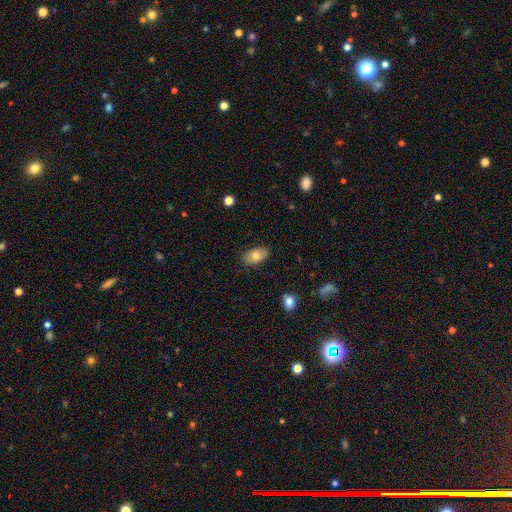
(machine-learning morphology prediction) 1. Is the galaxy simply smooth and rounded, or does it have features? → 79% smooth, 14% featured or disk, 7% star or artifact.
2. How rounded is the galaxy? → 93% in between, 6% round, 2% cigar-shaped.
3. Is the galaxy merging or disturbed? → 84% none, 12% minor disturbance, 2% major disturbance, 1% merger.